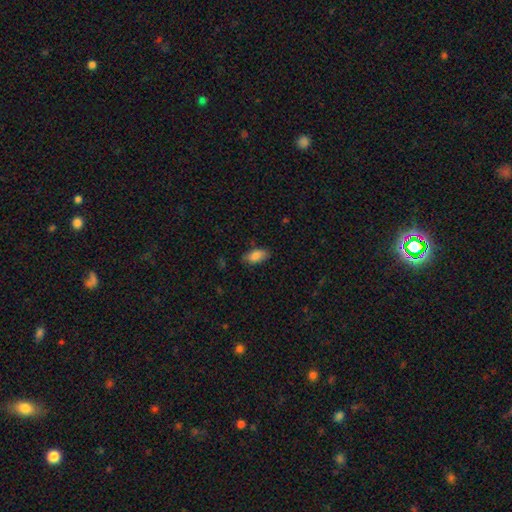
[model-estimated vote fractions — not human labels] Smooth or featured: smooth — 84% (featured or disk — 9%)
How rounded: in between — 90% (cigar-shaped — 6%)
Merging: none — 78% (minor disturbance — 17%)